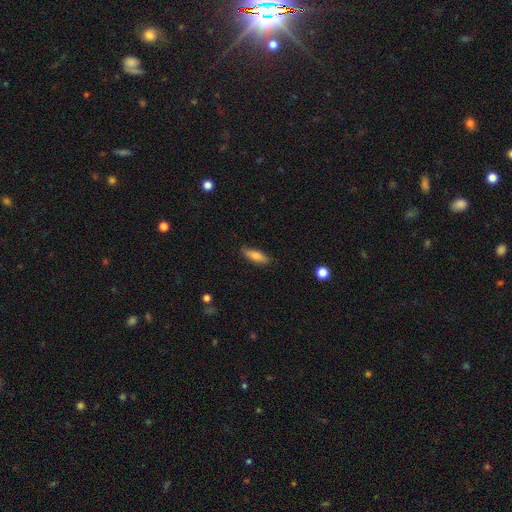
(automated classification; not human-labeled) Smooth or featured?
  - smooth: 75% *
  - featured or disk: 18%
  - star or artifact: 7%
How rounded?
  - in between: 50% *
  - cigar-shaped: 48%
  - round: 2%
Merging?
  - none: 84% *
  - minor disturbance: 13%
  - major disturbance: 2%
  - merger: 1%